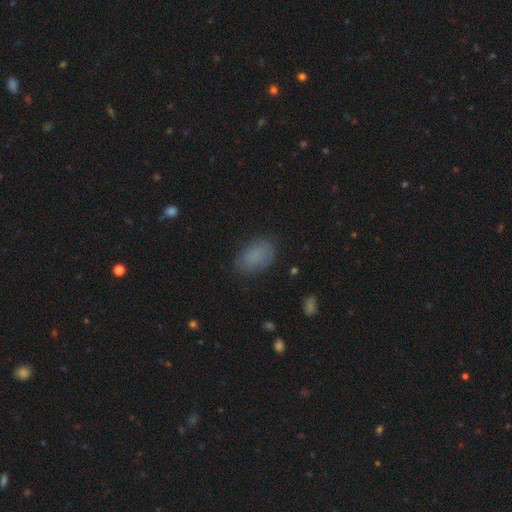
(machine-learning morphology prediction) Smooth or featured: smooth — 84% (star or artifact — 10%)
How rounded: in between — 90% (round — 8%)
Merging: none — 77% (minor disturbance — 16%)